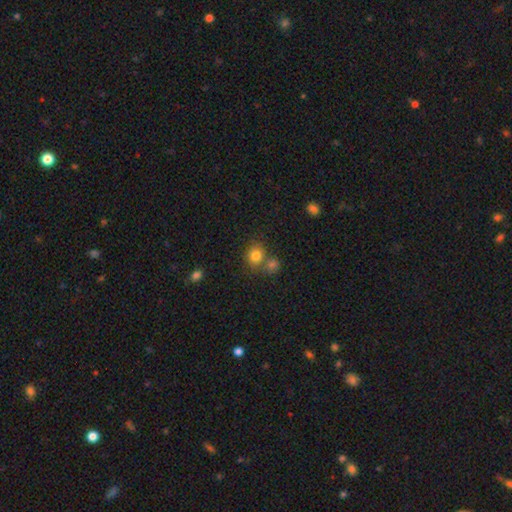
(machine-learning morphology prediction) Q: Smooth or featured?
A: smooth (81%); runner-up: star or artifact (12%)
Q: How rounded?
A: round (76%); runner-up: in between (23%)
Q: Merging?
A: none (56%); runner-up: merger (30%)